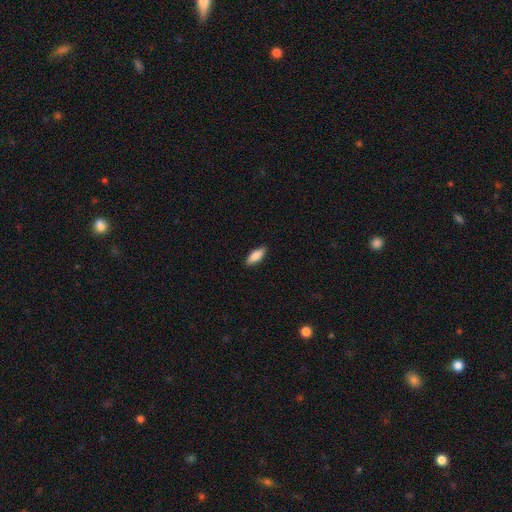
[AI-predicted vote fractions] smooth 83%, featured or disk 11%, star or artifact 6%. Down the decision tree: how rounded — in between (68%); merging — none (88%).